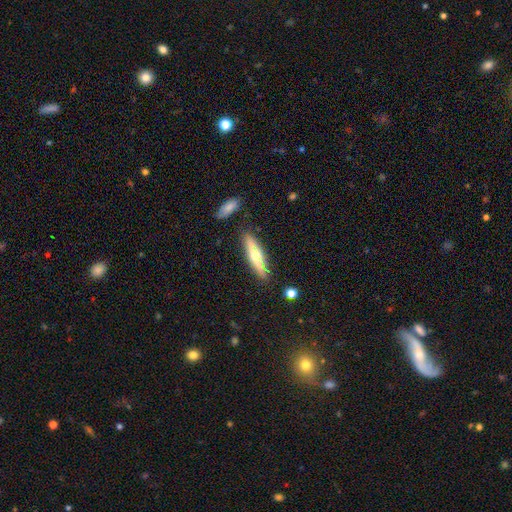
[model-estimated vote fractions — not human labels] A smooth galaxy with no disk features (50%) that is cigar-shaped (75%).

Vote fractions:
- Smooth or featured? smooth: 50% / featured or disk: 43% / star or artifact: 7%
- How rounded? cigar-shaped: 75% / in between: 23% / round: 2%
- Merging? none: 80% / minor disturbance: 13% / merger: 5% / major disturbance: 3%